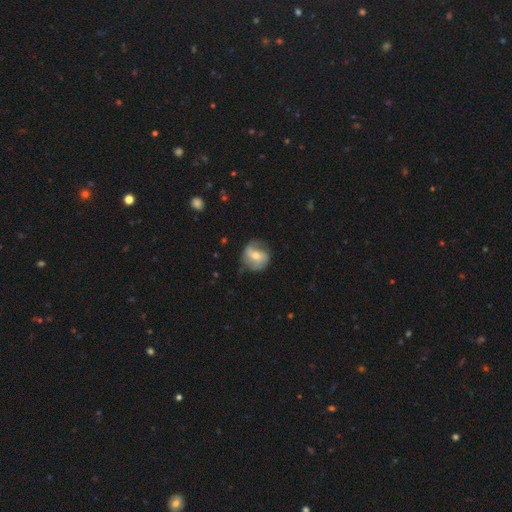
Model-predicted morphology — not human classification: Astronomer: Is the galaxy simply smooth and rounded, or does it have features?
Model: featured or disk — 62%.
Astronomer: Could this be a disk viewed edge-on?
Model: no — 97%.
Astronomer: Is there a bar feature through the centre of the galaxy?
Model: no — 45% (runner-up: weak, 37%).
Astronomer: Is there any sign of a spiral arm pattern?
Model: yes — 83%.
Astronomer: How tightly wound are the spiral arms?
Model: medium — 41% (runner-up: loose, 32%).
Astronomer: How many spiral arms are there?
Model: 2 — 72%.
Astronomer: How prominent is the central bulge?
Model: moderate — 57% (runner-up: small, 38%).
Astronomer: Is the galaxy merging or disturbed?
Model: none — 66%.